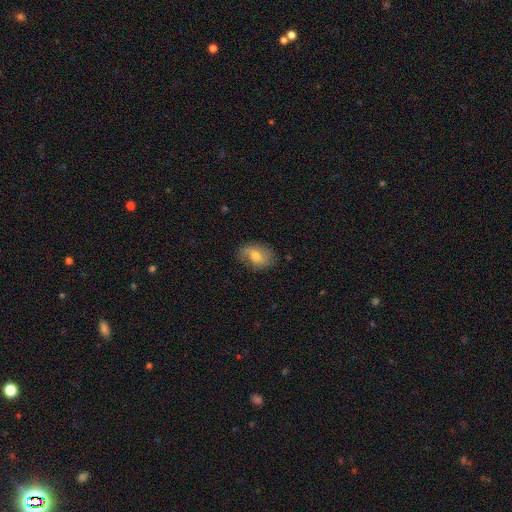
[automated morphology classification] Smooth or featured?
  - smooth: 53% *
  - featured or disk: 38%
  - star or artifact: 8%
How rounded?
  - in between: 78% *
  - round: 20%
  - cigar-shaped: 2%
Merging?
  - none: 75% *
  - minor disturbance: 19%
  - major disturbance: 5%
  - merger: 1%